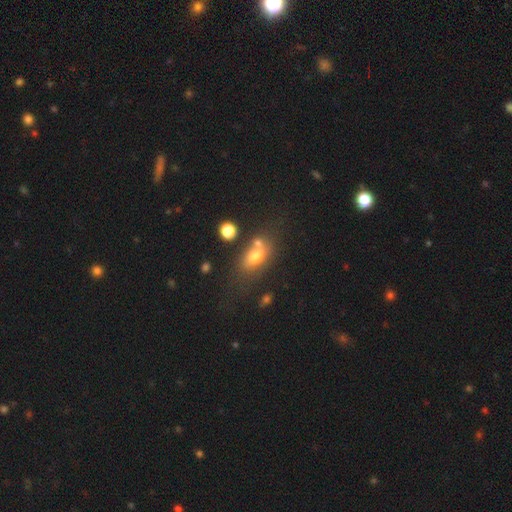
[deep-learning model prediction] Smooth or featured?
  - smooth: 70% *
  - featured or disk: 18%
  - star or artifact: 12%
How rounded?
  - in between: 75% *
  - round: 21%
  - cigar-shaped: 4%
Merging?
  - none: 45% *
  - merger: 30%
  - minor disturbance: 17%
  - major disturbance: 9%